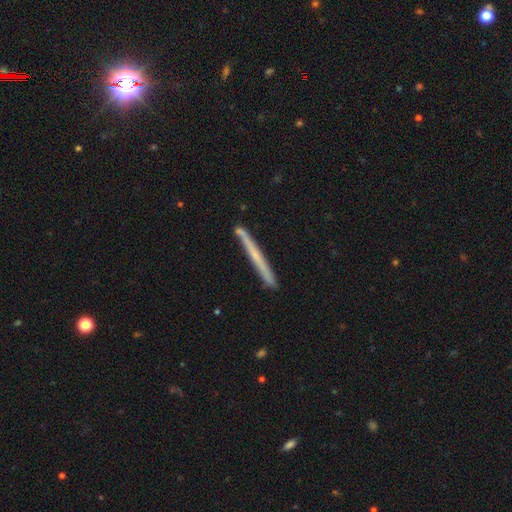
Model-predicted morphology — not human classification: Smooth or featured? featured or disk (50%)
Merging? none (88%)